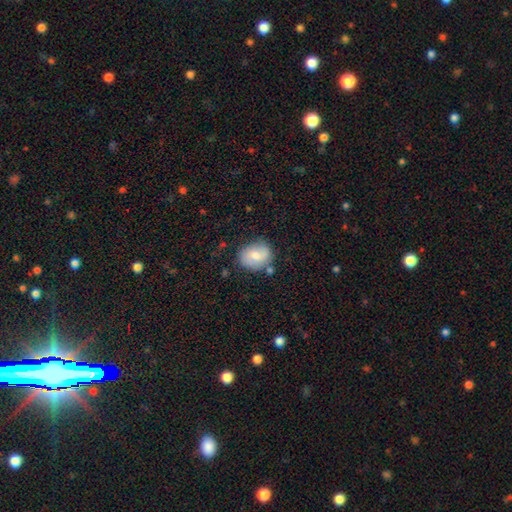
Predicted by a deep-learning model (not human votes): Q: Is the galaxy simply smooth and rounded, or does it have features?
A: smooth — 65%.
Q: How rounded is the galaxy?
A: round — 59%.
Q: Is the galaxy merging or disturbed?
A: none — 70%.